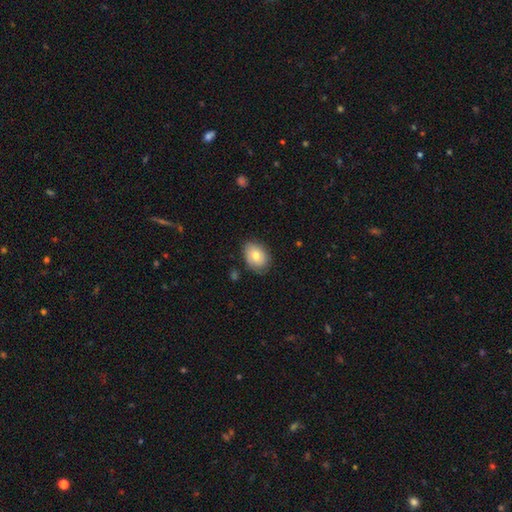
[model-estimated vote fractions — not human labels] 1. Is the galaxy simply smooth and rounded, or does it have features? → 73% smooth, 20% featured or disk, 8% star or artifact.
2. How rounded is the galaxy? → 69% in between, 30% round, 1% cigar-shaped.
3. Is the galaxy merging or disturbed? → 76% none, 19% minor disturbance, 3% major disturbance, 1% merger.